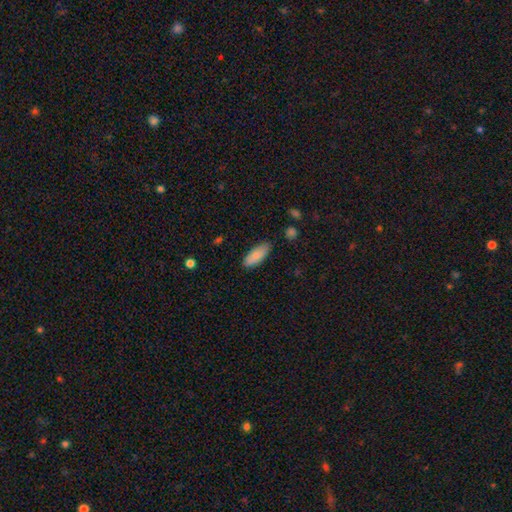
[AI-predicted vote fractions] Smooth or featured? smooth (85%)
How rounded? in between (77%)
Merging? none (82%)